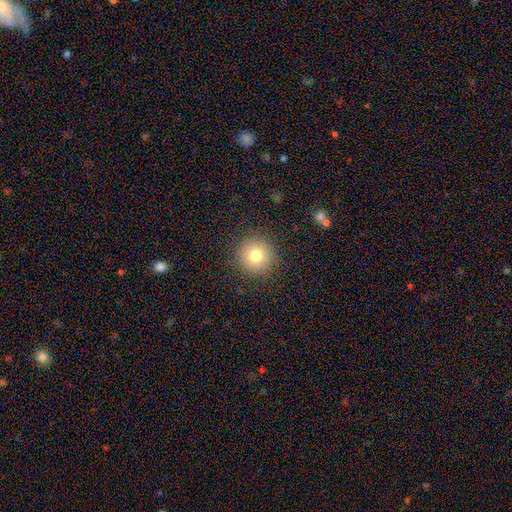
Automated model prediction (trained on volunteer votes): smooth-or-featured: smooth: 76% | star or artifact: 13% | featured or disk: 11%
  how-rounded: round: 95% | in between: 4% | cigar-shaped: 1%
  merging: none: 89% | minor disturbance: 7% | major disturbance: 3% | merger: 1%